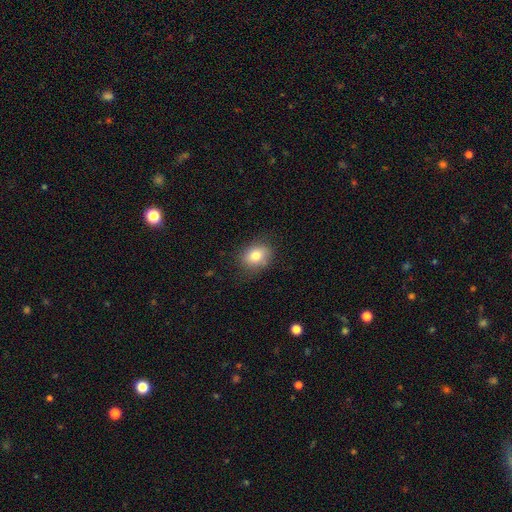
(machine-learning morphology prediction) Q: Smooth or featured?
A: smooth (80%); runner-up: featured or disk (11%)
Q: How rounded?
A: in between (63%); runner-up: round (36%)
Q: Merging?
A: none (79%); runner-up: minor disturbance (16%)